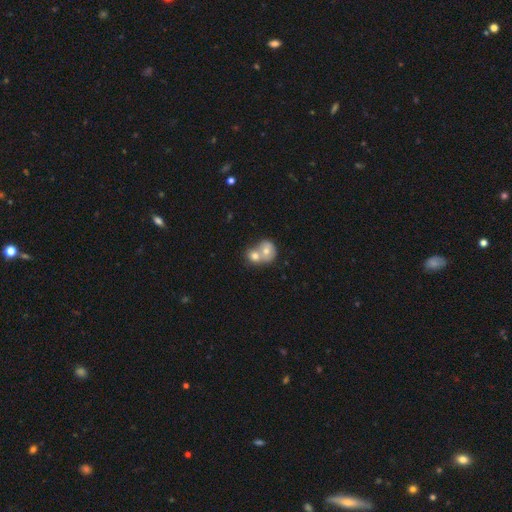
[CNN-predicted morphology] Q: Smooth or featured?
A: smooth (53%); runner-up: featured or disk (32%)
Q: How rounded?
A: round (69%); runner-up: in between (29%)
Q: Merging?
A: merger (61%); runner-up: none (29%)